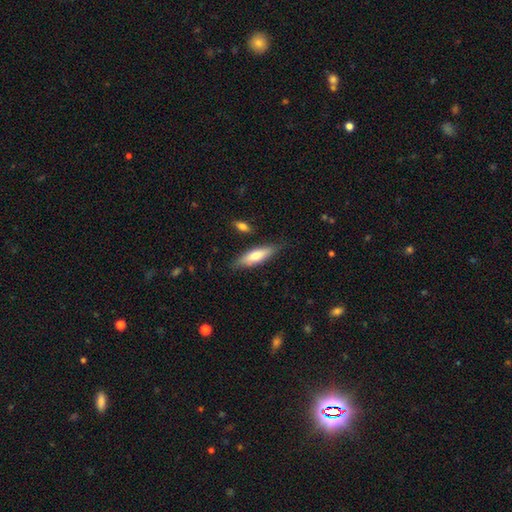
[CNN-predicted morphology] A smooth galaxy with no disk features (67%) that is cigar-shaped (59%).

Vote fractions:
- Smooth or featured? smooth: 67% / featured or disk: 28% / star or artifact: 6%
- How rounded? cigar-shaped: 59% / in between: 40% / round: 2%
- Merging? none: 79% / minor disturbance: 14% / merger: 3% / major disturbance: 3%